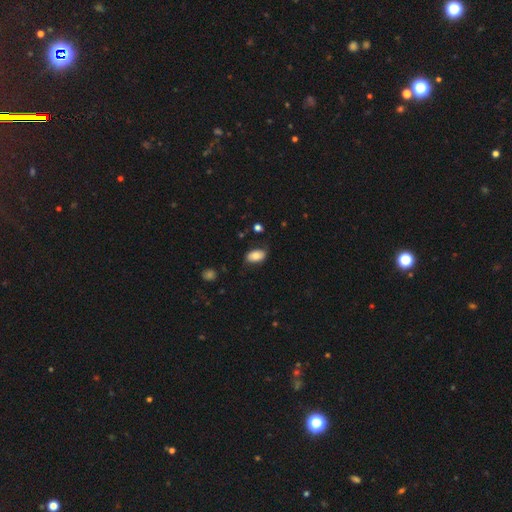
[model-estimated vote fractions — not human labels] smooth 80%, featured or disk 13%, star or artifact 8%. Down the decision tree: how rounded — in between (92%); merging — none (74%).